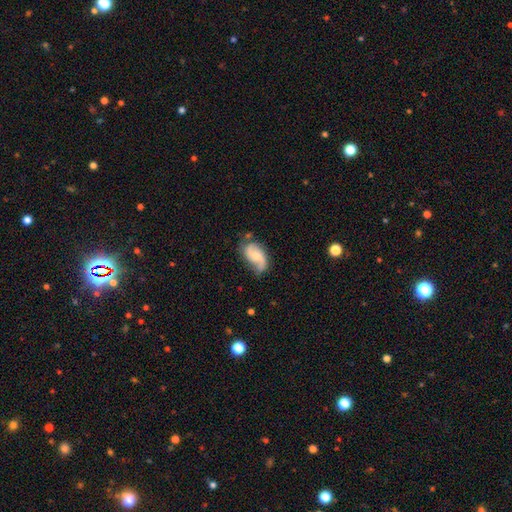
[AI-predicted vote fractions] smooth_or_featured: featured or disk (p=0.69) [alt: smooth p=0.24]
disk_edge_on: no (p=0.97) [alt: yes p=0.03]
bar: no (p=0.61) [alt: weak p=0.32]
has_spiral_arms: yes (p=0.93) [alt: no p=0.07]
spiral_winding: loose (p=0.50) [alt: medium p=0.36]
spiral_arm_count: 2 (p=0.79) [alt: 1 p=0.12]
bulge_size: small (p=0.47) [alt: moderate p=0.41]
merging: none (p=0.55) [alt: minor disturbance p=0.29]